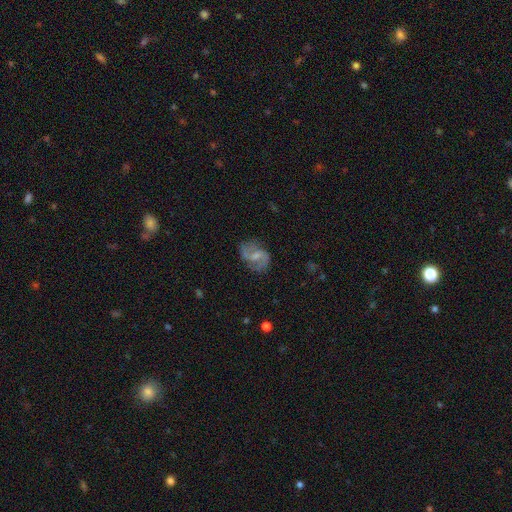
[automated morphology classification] The model was most divided on "spiral winding": loose: 48%, medium: 41%, tight: 11%. Remaining: edge-on disk — no (97%); spiral arms — yes (91%); spiral arm count — 2 (89%); smooth or featured — featured or disk (74%); merging — none (73%); bar — weak (54%); bulge size — small (50%).